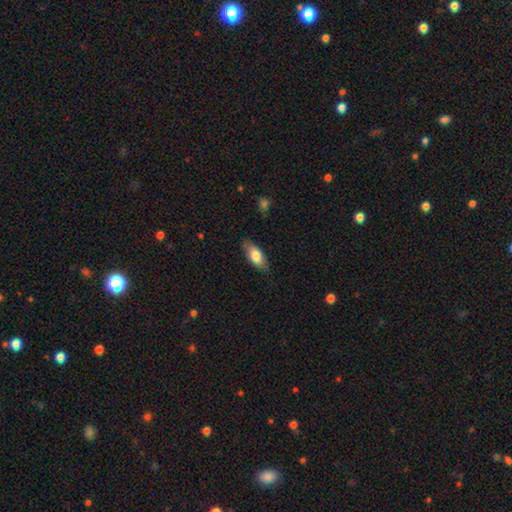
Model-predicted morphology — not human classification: Smooth or featured? smooth (77%)
How rounded? in between (84%)
Merging? none (82%)